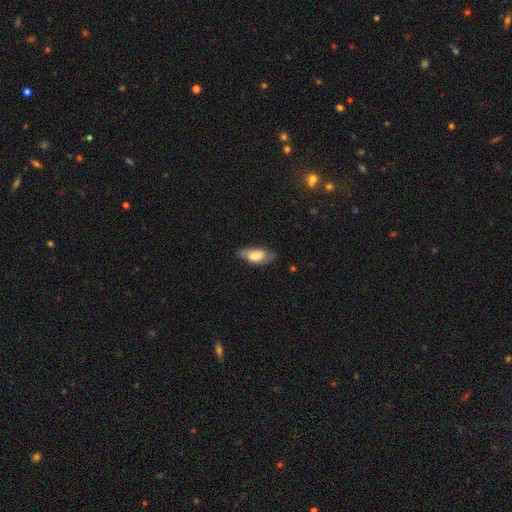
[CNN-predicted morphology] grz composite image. It shows a smooth galaxy with no disk features (63%) that is in between round and cigar-shaped (84%). Merging: none (69%).